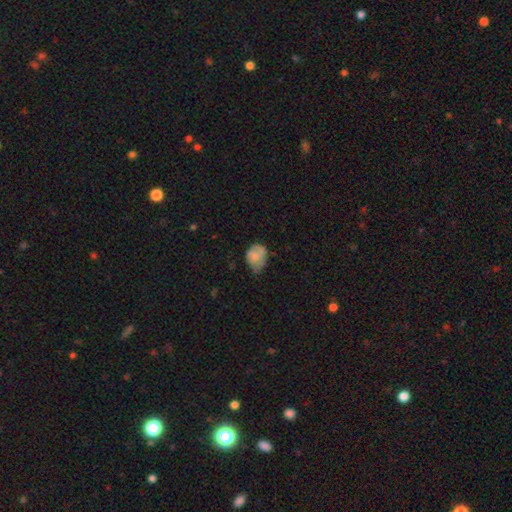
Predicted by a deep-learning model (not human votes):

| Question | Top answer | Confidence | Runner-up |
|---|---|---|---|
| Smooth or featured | smooth | 69% | featured or disk (22%) |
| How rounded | in between | 61% | round (38%) |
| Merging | minor disturbance | 44% | none (32%) |